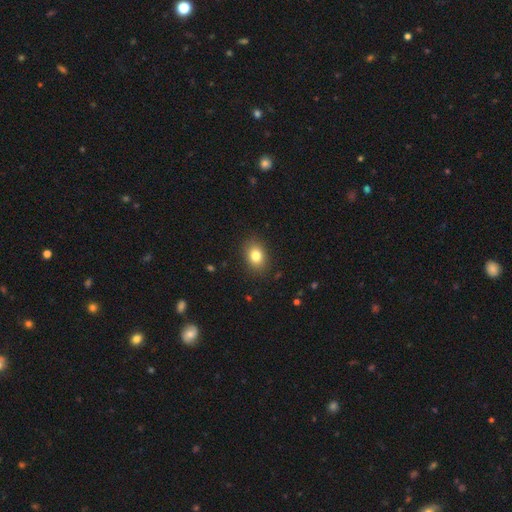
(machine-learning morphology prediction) This appears to be a smooth galaxy with no disk features (81%) that is in between round and cigar-shaped (67%). Merging: none (87%).